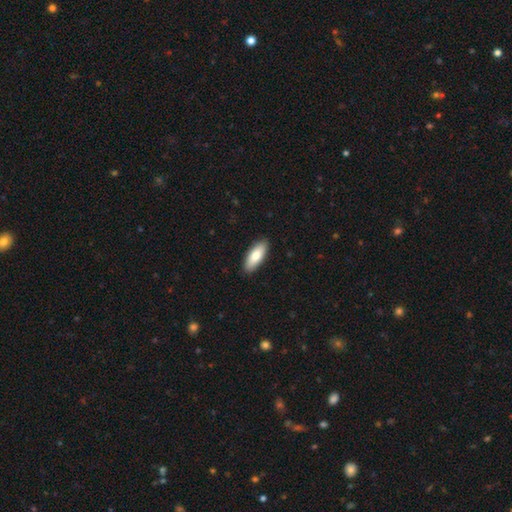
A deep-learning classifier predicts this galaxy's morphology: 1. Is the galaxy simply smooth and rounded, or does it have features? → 81% smooth, 14% featured or disk, 5% star or artifact.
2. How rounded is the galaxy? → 74% in between, 24% cigar-shaped, 2% round.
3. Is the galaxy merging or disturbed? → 90% none, 7% minor disturbance, 1% major disturbance, 1% merger.